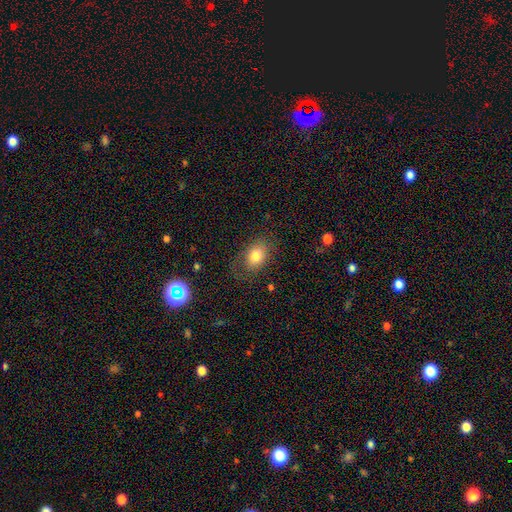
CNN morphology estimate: A smooth galaxy with no disk features (78%) that is in between round and cigar-shaped (81%). Merging: none (71%).